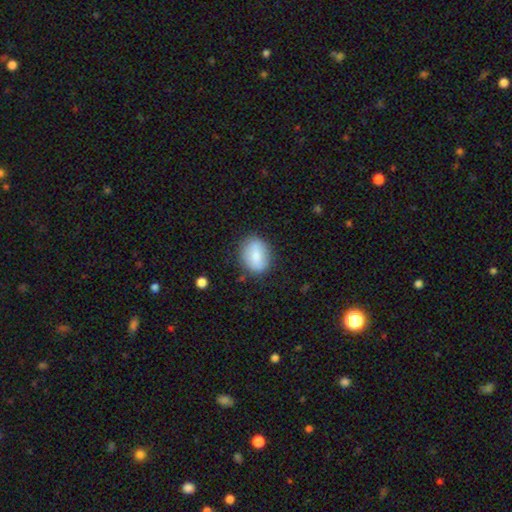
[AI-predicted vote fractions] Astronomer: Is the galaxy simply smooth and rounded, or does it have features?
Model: smooth — 75%.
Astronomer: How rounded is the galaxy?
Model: in between — 68%.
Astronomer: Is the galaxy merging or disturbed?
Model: none — 80%.